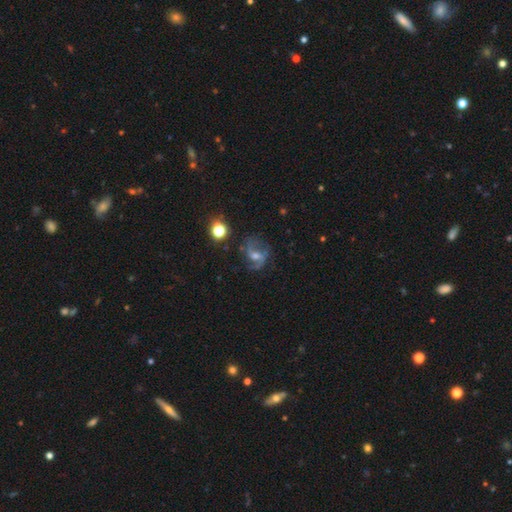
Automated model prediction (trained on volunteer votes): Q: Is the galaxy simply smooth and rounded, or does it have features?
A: featured or disk — 78%.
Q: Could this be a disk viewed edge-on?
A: no — 98%.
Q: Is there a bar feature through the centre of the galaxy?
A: weak — 49%.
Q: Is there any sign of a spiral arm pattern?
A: yes — 93%.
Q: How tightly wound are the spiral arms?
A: loose — 52%.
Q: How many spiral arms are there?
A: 2 — 84%.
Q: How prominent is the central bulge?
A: moderate — 51%.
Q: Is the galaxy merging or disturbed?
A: none — 62%.